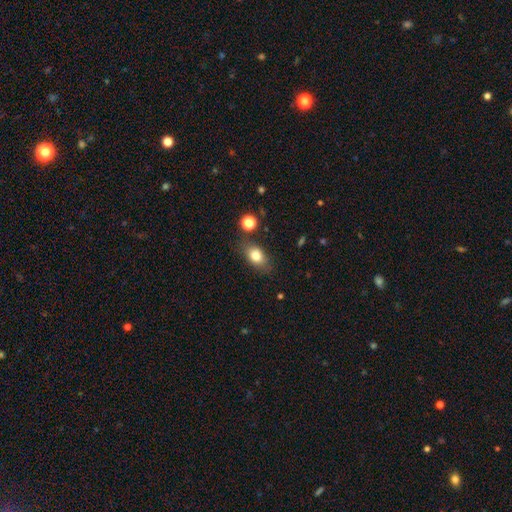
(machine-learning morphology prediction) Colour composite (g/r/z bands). It shows a smooth galaxy with no disk features (79%) that is in between round and cigar-shaped (81%). Merging: none (76%).